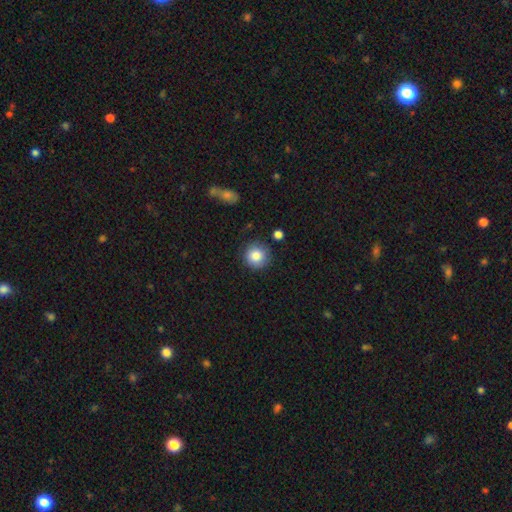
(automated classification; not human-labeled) Smooth or featured? Predicted: smooth (p=0.85). How rounded? Predicted: round (p=0.94). Merging? Predicted: none (p=0.84).